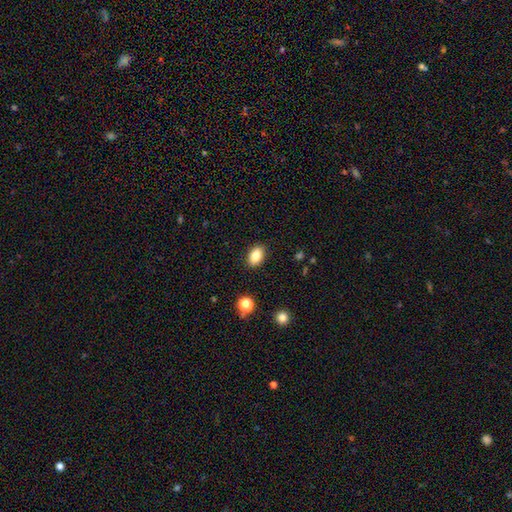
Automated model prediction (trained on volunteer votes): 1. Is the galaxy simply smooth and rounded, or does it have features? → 85% smooth, 9% star or artifact, 6% featured or disk.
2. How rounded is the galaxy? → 88% in between, 10% round, 2% cigar-shaped.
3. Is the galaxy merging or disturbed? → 88% none, 8% minor disturbance, 2% major disturbance, 1% merger.